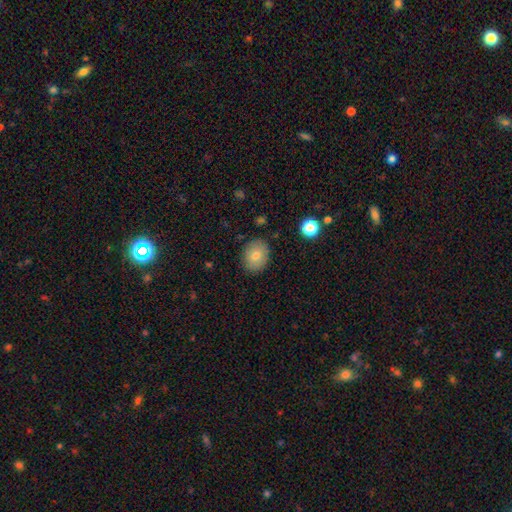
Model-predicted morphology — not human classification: Overall: smooth (77%). How rounded: in between (54%; round 45%). Merging: none (87%).